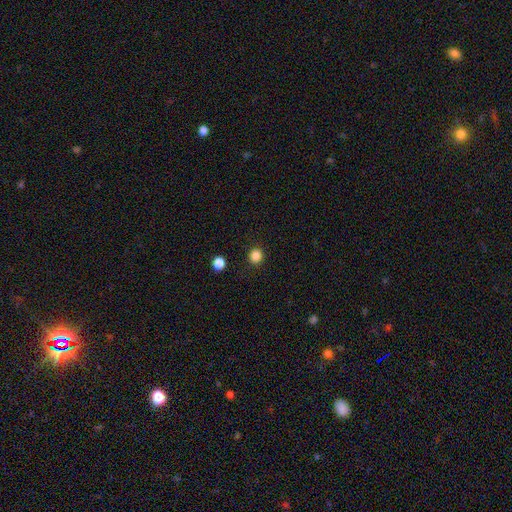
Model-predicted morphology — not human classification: This appears to be a smooth galaxy with no disk features (85%) that is round (91%). Merging: none (91%).